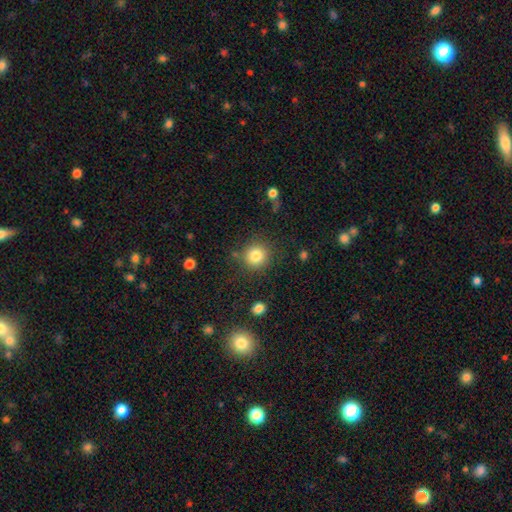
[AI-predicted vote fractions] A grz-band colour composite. It shows a smooth galaxy with no disk features (83%) that is round (92%). Merging: none (84%).